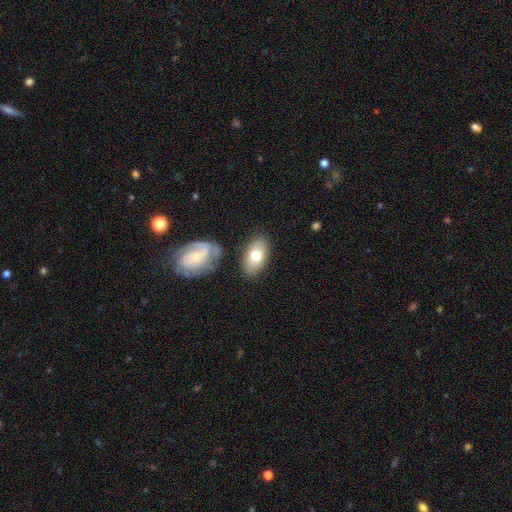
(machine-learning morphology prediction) smooth-or-featured: smooth: 70% | featured or disk: 24% | star or artifact: 6%
  how-rounded: in between: 90% | round: 8% | cigar-shaped: 2%
  merging: none: 75% | minor disturbance: 13% | merger: 8% | major disturbance: 4%